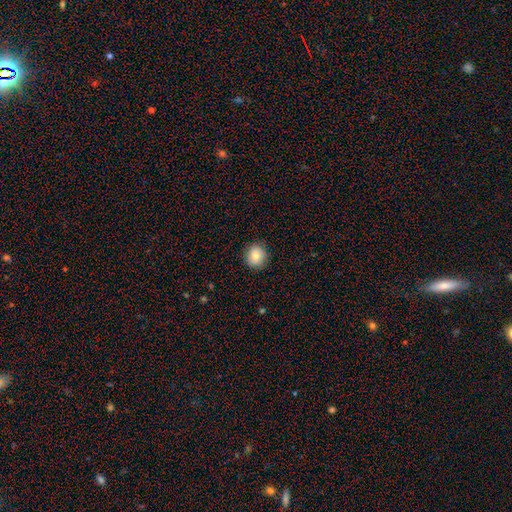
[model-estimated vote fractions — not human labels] A smooth galaxy with no disk features (79%) that is round (88%).

Vote fractions:
- Smooth or featured? smooth: 79% / featured or disk: 12% / star or artifact: 9%
- How rounded? round: 88% / in between: 11% / cigar-shaped: 1%
- Merging? none: 89% / minor disturbance: 8% / major disturbance: 2% / merger: 1%